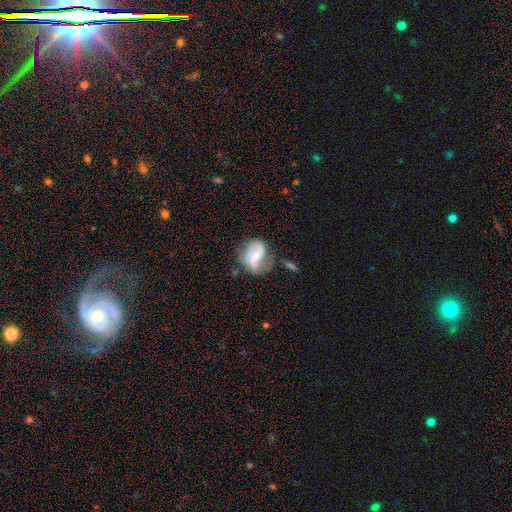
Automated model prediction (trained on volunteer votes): Smooth or featured? Predicted: featured or disk (p=0.70). Edge-on disk? Predicted: no (p=0.96). Bar? Predicted: weak (p=0.41). Spiral arms? Predicted: yes (p=0.84). Spiral winding? Predicted: loose (p=0.55). Spiral arm count? Predicted: 2 (p=0.80). Bulge size? Predicted: small (p=0.50). Merging? Predicted: none (p=0.52).